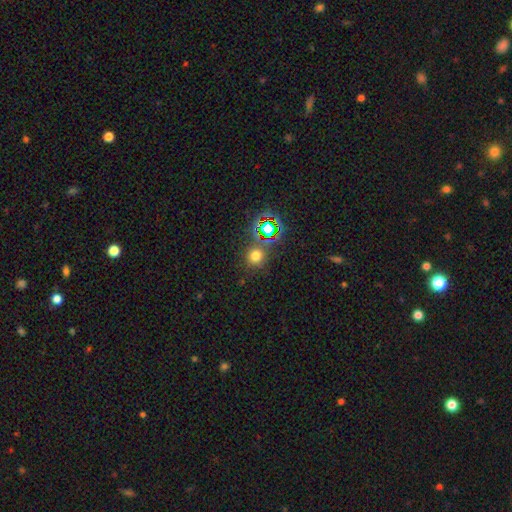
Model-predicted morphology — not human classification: A smooth galaxy with no disk features (62%) that is round (89%).

Vote fractions:
- Smooth or featured? smooth: 62% / star or artifact: 31% / featured or disk: 6%
- How rounded? round: 89% / in between: 10% / cigar-shaped: 1%
- Merging? none: 79% / minor disturbance: 9% / merger: 8% / major disturbance: 4%